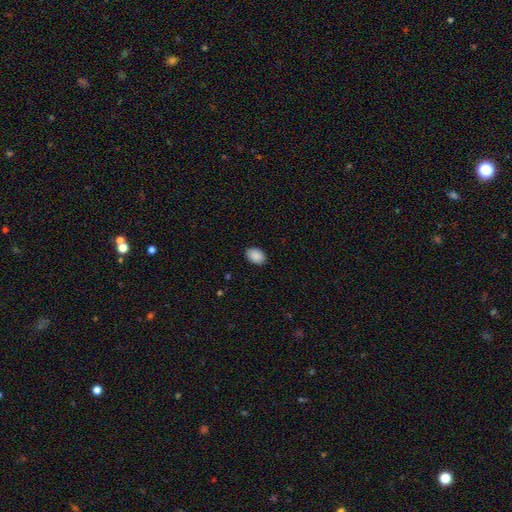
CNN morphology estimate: Smooth or featured?
  - smooth: 90% *
  - star or artifact: 7%
  - featured or disk: 3%
How rounded?
  - in between: 82% *
  - round: 17%
  - cigar-shaped: 1%
Merging?
  - none: 89% *
  - minor disturbance: 8%
  - major disturbance: 2%
  - merger: 1%